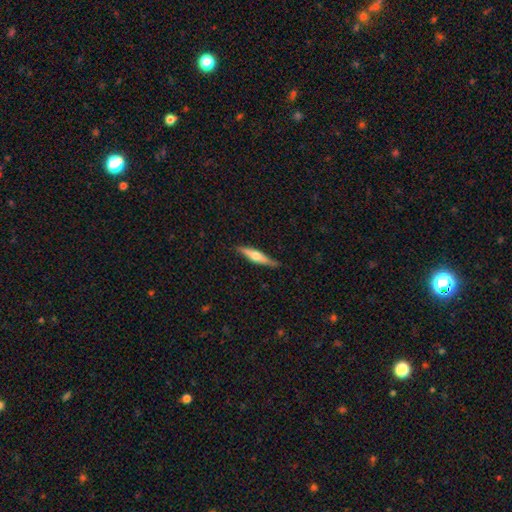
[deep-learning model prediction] Smooth or featured? Predicted: featured or disk (p=0.54). Edge-on disk? Predicted: yes (p=0.94). Edge-on bulge? Predicted: rounded (p=0.88). Merging? Predicted: none (p=0.83).